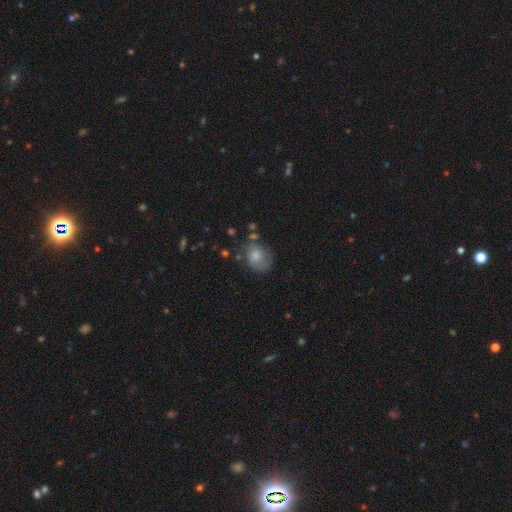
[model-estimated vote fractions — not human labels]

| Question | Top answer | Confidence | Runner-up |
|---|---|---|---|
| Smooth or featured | smooth | 64% | featured or disk (27%) |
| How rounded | round | 52% | in between (47%) |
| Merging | none | 50% | minor disturbance (28%) |